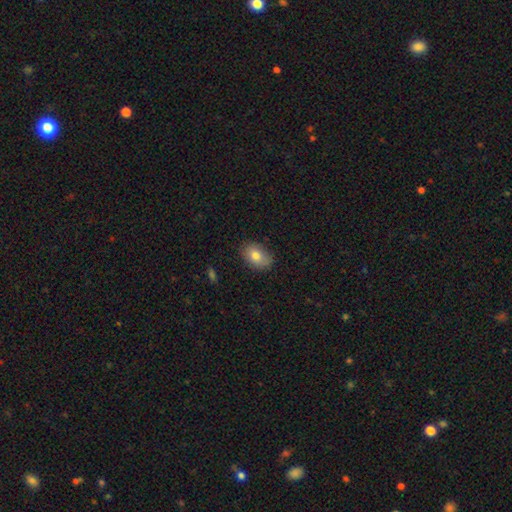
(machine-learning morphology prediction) Q: Smooth or featured?
A: smooth (79%); runner-up: featured or disk (13%)
Q: How rounded?
A: in between (83%); runner-up: round (16%)
Q: Merging?
A: none (79%); runner-up: minor disturbance (16%)